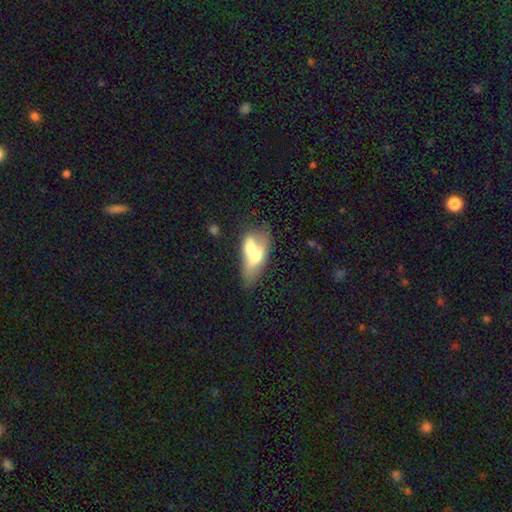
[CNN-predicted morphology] This appears to be a smooth galaxy with no disk features (54%) that is in between round and cigar-shaped (75%). Merging: merger (69%).